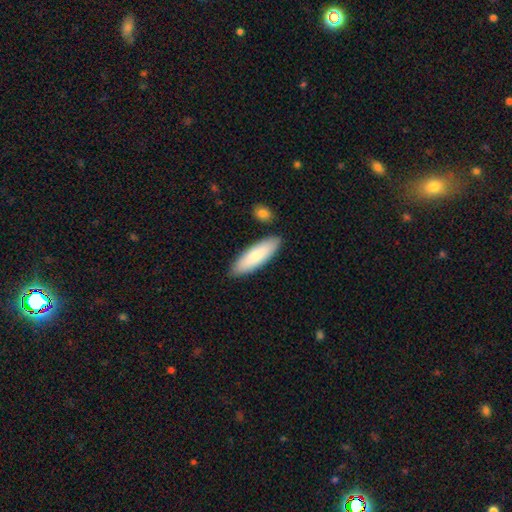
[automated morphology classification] This appears to be a smooth galaxy with no disk features (83%) that is cigar-shaped (49%, tied with in between). Merging: none (86%).